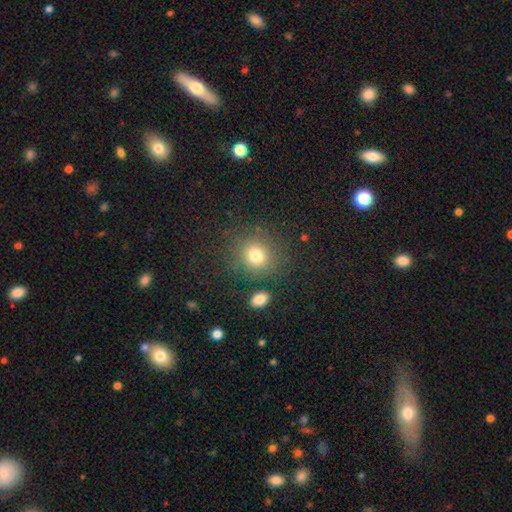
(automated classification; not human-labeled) Smooth or featured?
  - smooth: 78% *
  - star or artifact: 13%
  - featured or disk: 8%
How rounded?
  - round: 80% *
  - in between: 19%
  - cigar-shaped: 1%
Merging?
  - none: 81% *
  - minor disturbance: 10%
  - major disturbance: 5%
  - merger: 5%